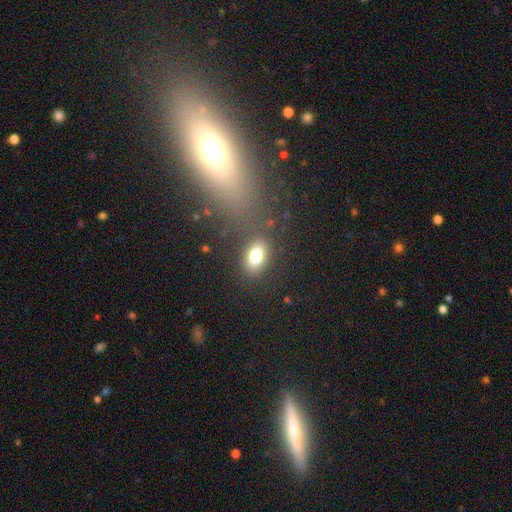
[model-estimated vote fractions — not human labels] This is likely a smooth galaxy (80%). How rounded: clearly in between (84%). Merging: clearly none (81%).